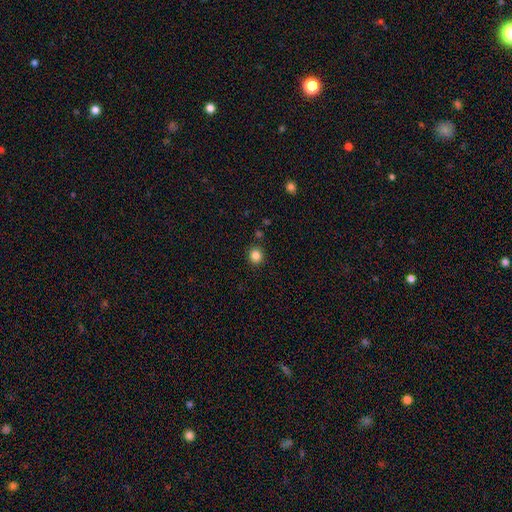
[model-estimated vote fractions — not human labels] A smooth galaxy with no disk features (84%) that is round (88%).

Vote fractions:
- Smooth or featured? smooth: 84% / star or artifact: 11% / featured or disk: 4%
- How rounded? round: 88% / in between: 11% / cigar-shaped: 1%
- Merging? none: 90% / minor disturbance: 6% / merger: 2% / major disturbance: 2%